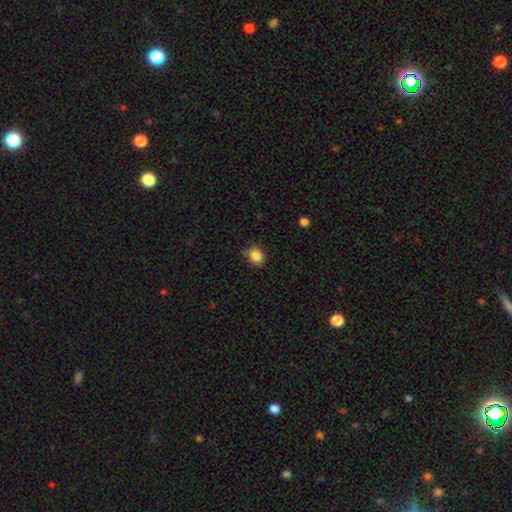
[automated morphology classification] This appears to be a smooth galaxy with no disk features (86%) that is round (69%). Merging: none (81%).